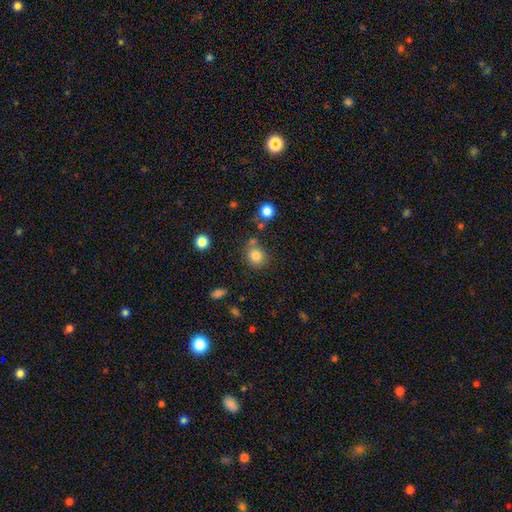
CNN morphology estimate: A smooth galaxy with no disk features (82%) that is round (81%).

Vote fractions:
- Smooth or featured? smooth: 82% / star or artifact: 12% / featured or disk: 6%
- How rounded? round: 81% / in between: 18% / cigar-shaped: 1%
- Merging? none: 70% / minor disturbance: 13% / merger: 12% / major disturbance: 4%